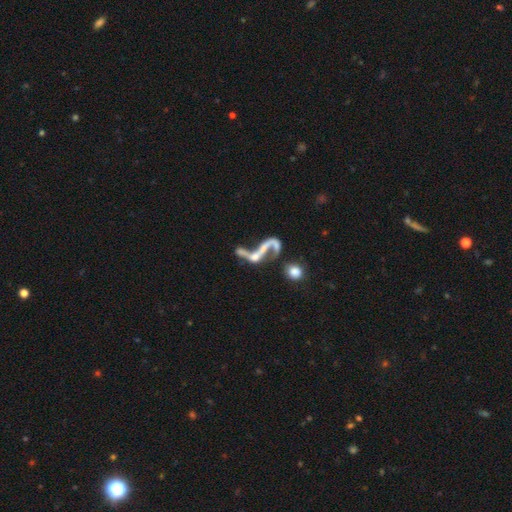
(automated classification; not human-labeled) Q: Smooth or featured?
A: featured or disk (68%); runner-up: smooth (19%)
Q: Edge-on disk?
A: no (88%); runner-up: yes (12%)
Q: Bar?
A: no (63%); runner-up: weak (22%)
Q: Spiral arms?
A: yes (55%); runner-up: no (45%)
Q: Bulge size?
A: none (46%); runner-up: small (29%)
Q: Merging?
A: merger (46%); runner-up: major disturbance (25%)